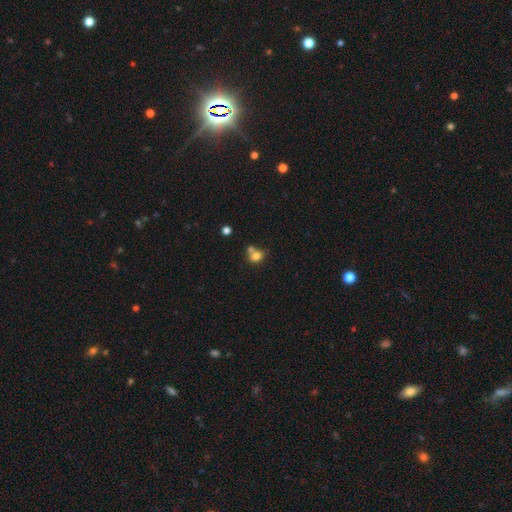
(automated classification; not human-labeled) smooth_or_featured: smooth (p=0.77) [alt: star or artifact p=0.12]
how_rounded: round (p=0.55) [alt: in between p=0.44]
merging: merger (p=0.45) [alt: none p=0.38]